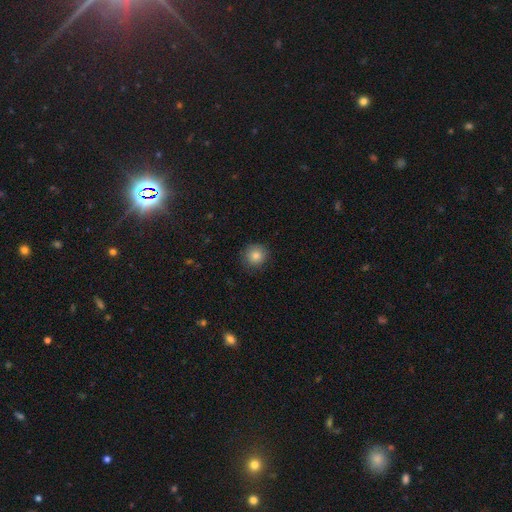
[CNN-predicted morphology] Smooth or featured: smooth — 83% (star or artifact — 10%)
How rounded: round — 93% (in between — 6%)
Merging: none — 86% (minor disturbance — 10%)